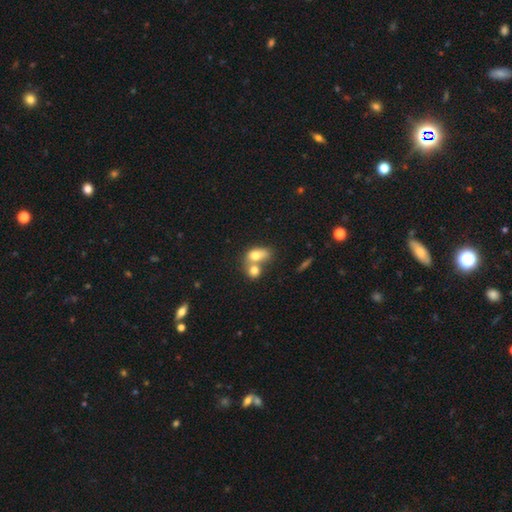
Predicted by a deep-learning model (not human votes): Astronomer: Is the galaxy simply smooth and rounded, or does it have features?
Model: smooth — 73%.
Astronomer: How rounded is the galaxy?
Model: in between — 69%.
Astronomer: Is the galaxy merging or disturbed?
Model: merger — 68%.